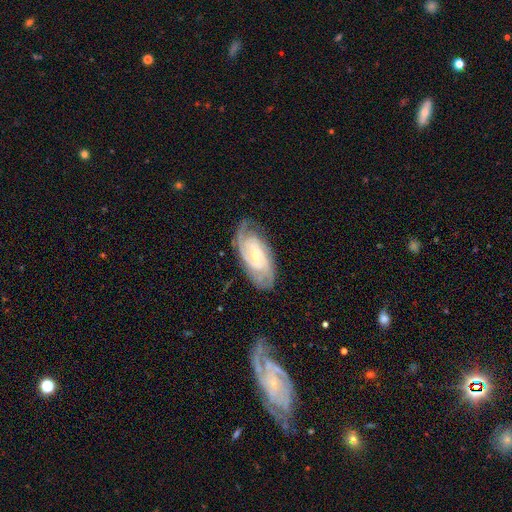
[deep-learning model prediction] Q: Smooth or featured?
A: featured or disk (87%); runner-up: smooth (8%)
Q: Edge-on disk?
A: no (95%); runner-up: yes (5%)
Q: Bar?
A: weak (43%); runner-up: no (41%)
Q: Spiral arms?
A: yes (97%); runner-up: no (3%)
Q: Spiral winding?
A: tight (65%); runner-up: medium (30%)
Q: Spiral arm count?
A: 2 (42%); runner-up: 3 (21%)
Q: Bulge size?
A: small (66%); runner-up: moderate (30%)
Q: Merging?
A: none (76%); runner-up: minor disturbance (17%)